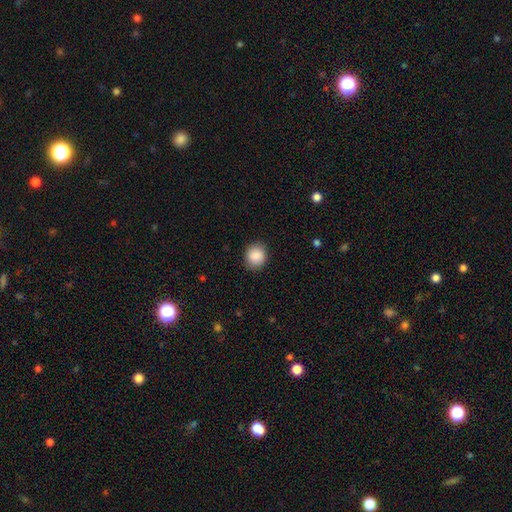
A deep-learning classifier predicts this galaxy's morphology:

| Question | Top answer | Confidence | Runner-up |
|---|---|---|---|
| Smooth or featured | smooth | 88% | star or artifact (8%) |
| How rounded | round | 79% | in between (20%) |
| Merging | none | 88% | minor disturbance (9%) |